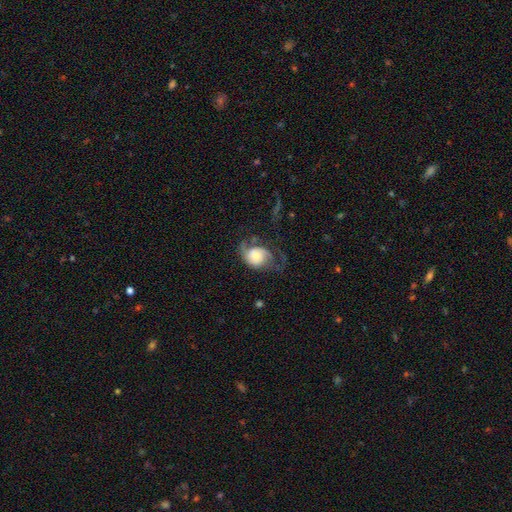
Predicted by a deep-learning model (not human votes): featured or disk 65%, smooth 28%, star or artifact 7%. Down the decision tree: edge-on disk — no (97%); bar — no (75%); spiral arms — yes (88%); spiral arm count — 2 (65%); spiral winding — loose (43%); bulge size — moderate (42%); merging — none (40%).